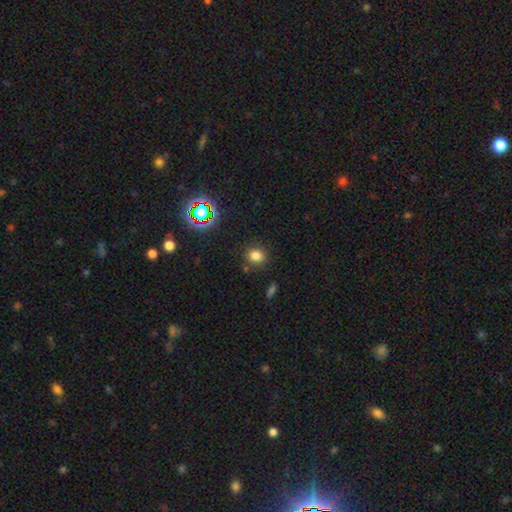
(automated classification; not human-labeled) smooth 78%, star or artifact 16%, featured or disk 6%. Down the decision tree: how rounded — round (77%); merging — none (84%).